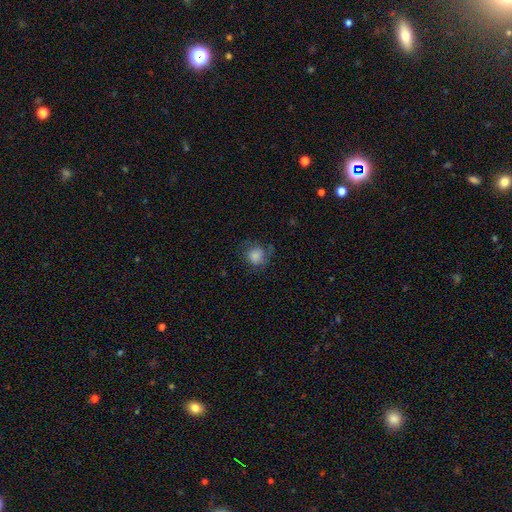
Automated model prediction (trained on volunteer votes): Q: Smooth or featured?
A: smooth (79%); runner-up: featured or disk (12%)
Q: How rounded?
A: round (83%); runner-up: in between (16%)
Q: Merging?
A: none (65%); runner-up: minor disturbance (22%)